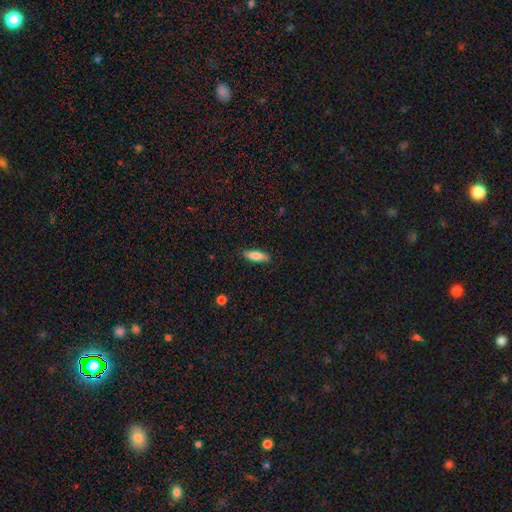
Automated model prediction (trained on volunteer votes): A smooth galaxy with no disk features (81%) that is in between round and cigar-shaped (53%). Merging: none (86%).